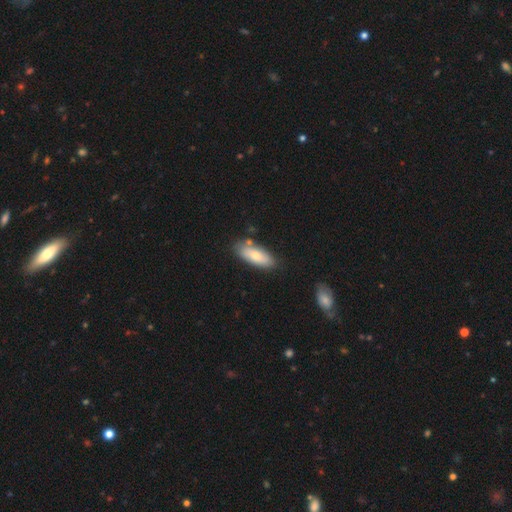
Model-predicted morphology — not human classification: Smooth or featured?
  - smooth: 72% *
  - featured or disk: 23%
  - star or artifact: 6%
How rounded?
  - in between: 78% *
  - cigar-shaped: 20%
  - round: 2%
Merging?
  - none: 77% *
  - minor disturbance: 15%
  - merger: 6%
  - major disturbance: 3%